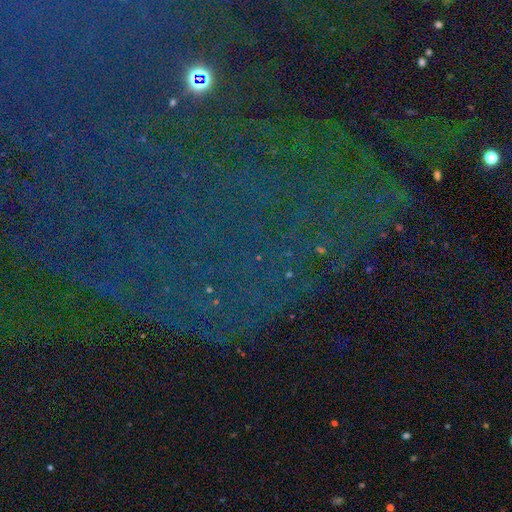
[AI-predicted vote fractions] The model was most divided on "smooth or featured": star or artifact: 85%, smooth: 8%, featured or disk: 7%.